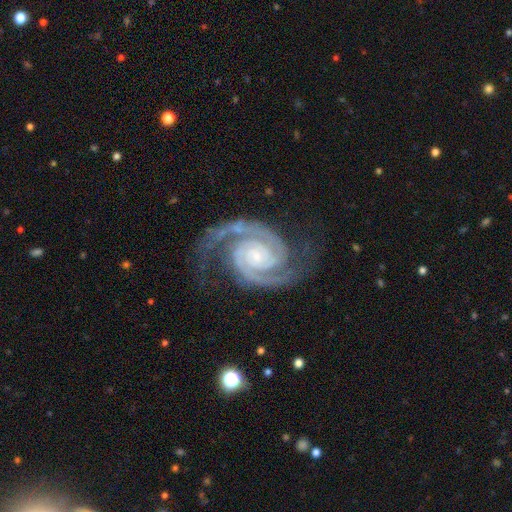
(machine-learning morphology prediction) type=featured or disk (94%); edge-on=no (98%); bar=no (65%); spiral arms=yes (99%); winding=tight (61%); arm count=2 (93%); bulge=small (63%); merging=none (76%).